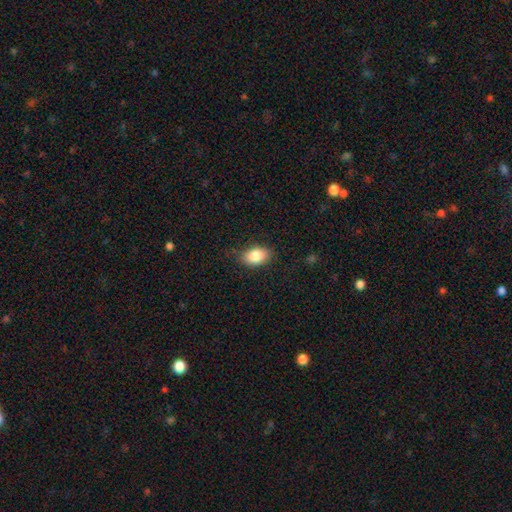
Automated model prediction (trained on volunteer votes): Smooth or featured? smooth (84%)
How rounded? in between (86%)
Merging? none (78%)